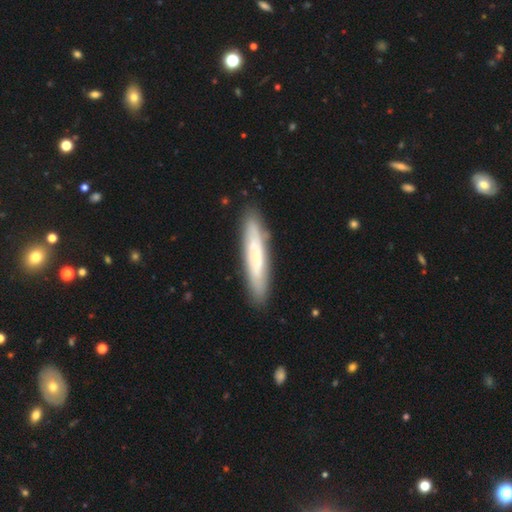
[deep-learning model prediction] Smooth or featured?
  - smooth: 52% *
  - featured or disk: 42%
  - star or artifact: 6%
How rounded?
  - cigar-shaped: 88% *
  - in between: 10%
  - round: 1%
Merging?
  - none: 85% *
  - minor disturbance: 11%
  - major disturbance: 2%
  - merger: 2%